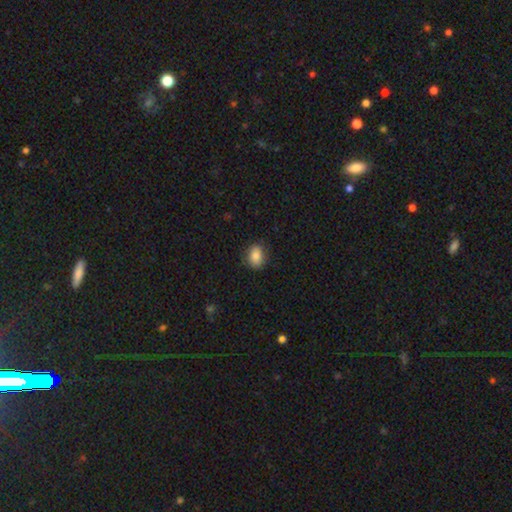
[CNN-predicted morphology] Smooth or featured?
  - smooth: 84% *
  - star or artifact: 8%
  - featured or disk: 8%
How rounded?
  - in between: 70% *
  - round: 29%
  - cigar-shaped: 1%
Merging?
  - none: 81% *
  - minor disturbance: 14%
  - major disturbance: 3%
  - merger: 1%